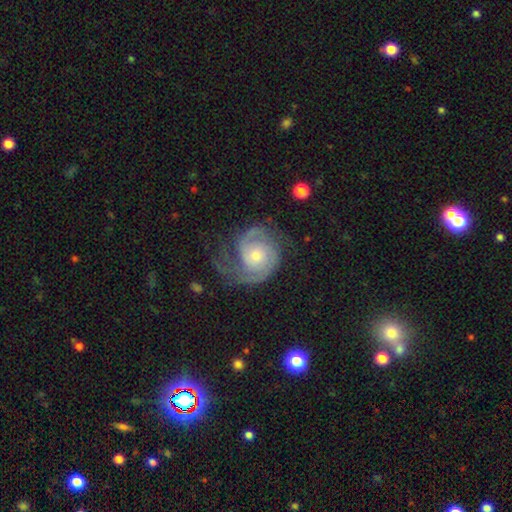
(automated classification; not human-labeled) Smooth or featured: featured or disk — 87% (smooth — 8%)
Edge-on disk: no — 98% (yes — 2%)
Bar: no — 75% (weak — 21%)
Spiral arms: yes — 97% (no — 3%)
Spiral winding: tight — 46% (medium — 41%)
Spiral arm count: 2 — 68% (3 — 11%)
Bulge size: small — 58% (moderate — 36%)
Merging: none — 59% (minor disturbance — 21%)